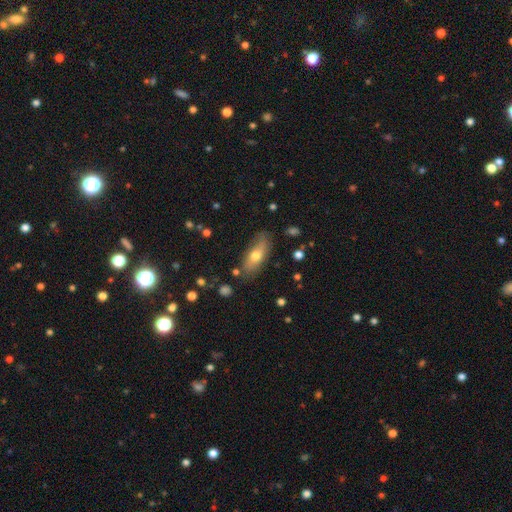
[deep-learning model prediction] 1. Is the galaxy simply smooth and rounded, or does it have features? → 62% smooth, 31% featured or disk, 7% star or artifact.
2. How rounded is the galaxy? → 76% in between, 21% cigar-shaped, 4% round.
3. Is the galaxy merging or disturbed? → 73% none, 19% minor disturbance, 5% major disturbance, 3% merger.